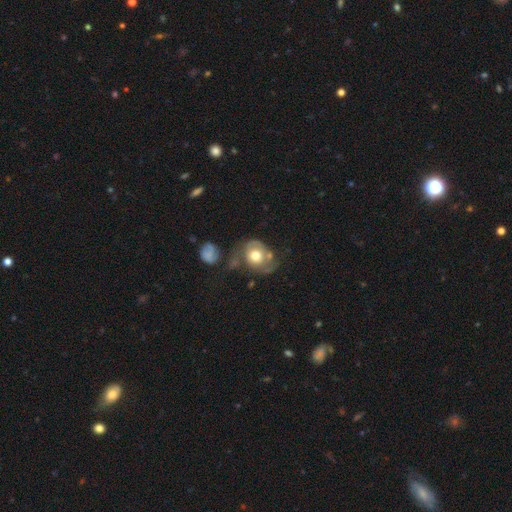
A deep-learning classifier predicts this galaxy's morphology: Overall: smooth (53%; featured or disk 40%). How rounded: round (61%; in between 38%). Merging: none (34%; major disturbance 25%).